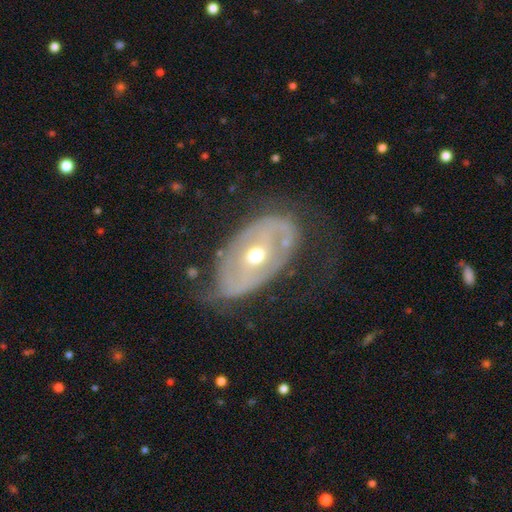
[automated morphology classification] Smooth or featured: featured or disk — 72% (smooth — 22%)
Edge-on disk: no — 92% (yes — 8%)
Bar: no — 62% (weak — 24%)
Spiral arms: no — 54% (yes — 46%)
Bulge size: moderate — 70% (small — 24%)
Merging: none — 58% (minor disturbance — 23%)